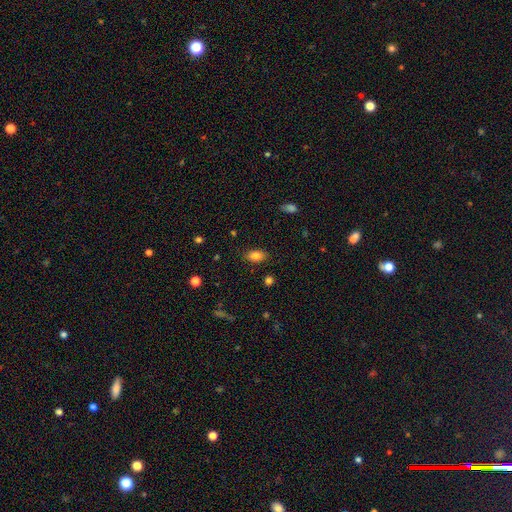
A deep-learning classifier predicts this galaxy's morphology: Smooth or featured? smooth (82%)
How rounded? in between (89%)
Merging? none (85%)